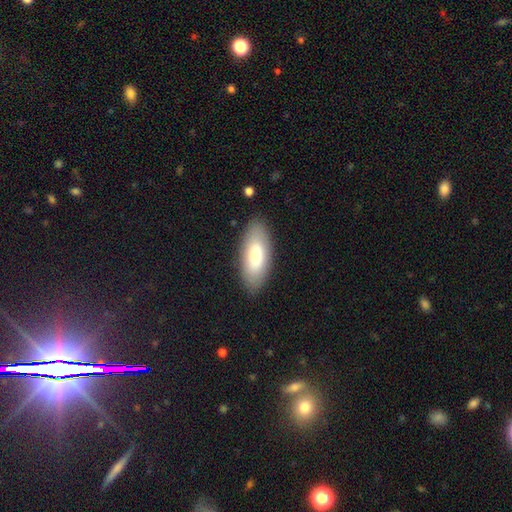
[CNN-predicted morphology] A smooth galaxy with no disk features (80%) that is in between round and cigar-shaped (81%). Merging: none (85%).